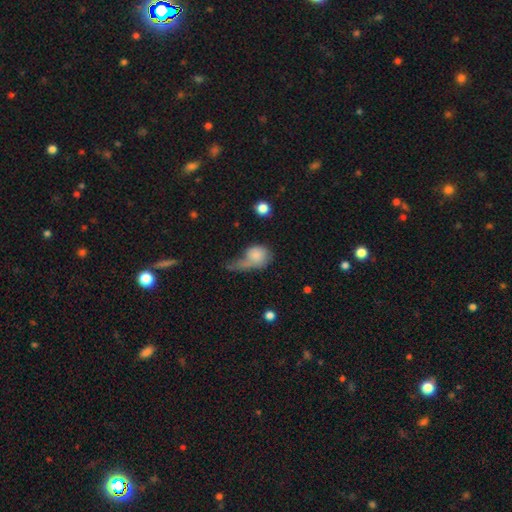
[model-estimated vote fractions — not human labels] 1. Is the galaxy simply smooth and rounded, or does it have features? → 72% smooth, 20% featured or disk, 8% star or artifact.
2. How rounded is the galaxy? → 51% round, 47% in between, 2% cigar-shaped.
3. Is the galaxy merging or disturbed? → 49% major disturbance, 19% minor disturbance, 17% none, 14% merger.